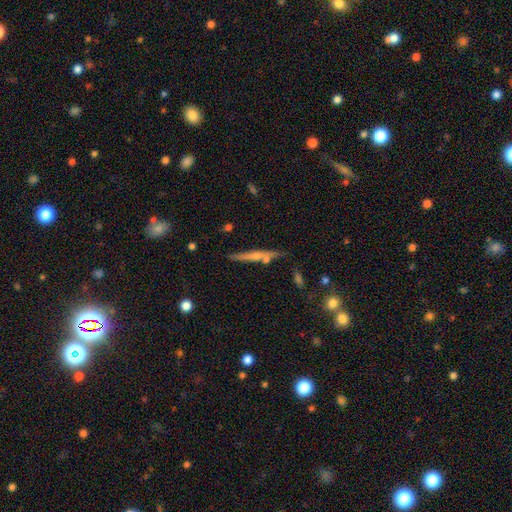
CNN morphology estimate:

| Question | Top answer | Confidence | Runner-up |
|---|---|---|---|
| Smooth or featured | featured or disk | 56% | smooth (37%) |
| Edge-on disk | yes | 95% | no (5%) |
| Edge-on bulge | rounded | 48% | none (44%) |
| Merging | none | 78% | minor disturbance (12%) |